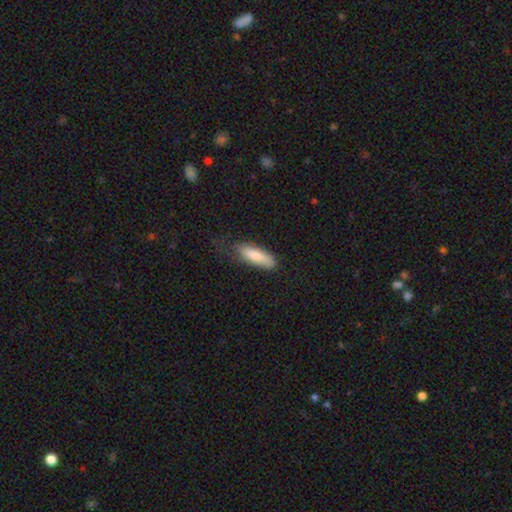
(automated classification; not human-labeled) smooth_or_featured: smooth (p=0.80) [alt: featured or disk p=0.14]
how_rounded: in between (p=0.49) [tied with: cigar-shaped p=0.49]
merging: none (p=0.62) [alt: minor disturbance p=0.27]